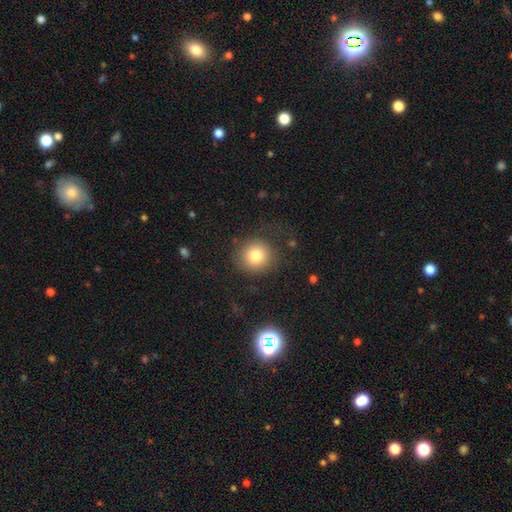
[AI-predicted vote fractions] Overall: smooth (80%). How rounded: round (90%). Merging: none (80%).